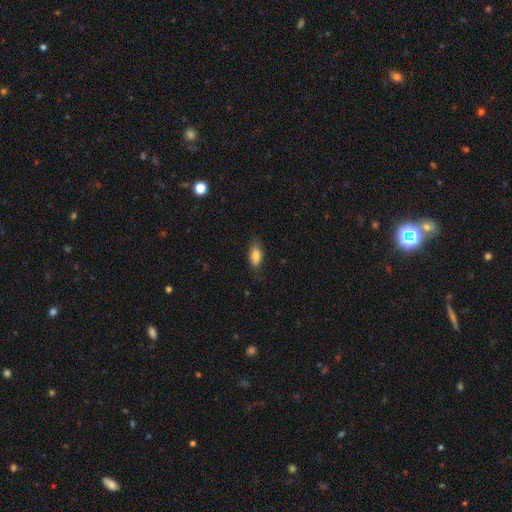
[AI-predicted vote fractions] The model was most divided on "merging": none: 78%, minor disturbance: 17%, major disturbance: 4%, merger: 1%. More confident: how rounded — in between (86%); smooth or featured — smooth (82%).